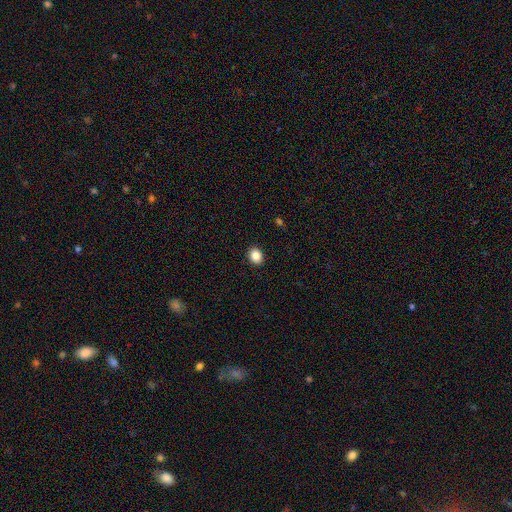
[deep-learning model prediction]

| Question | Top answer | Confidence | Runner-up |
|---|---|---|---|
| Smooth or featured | smooth | 87% | star or artifact (9%) |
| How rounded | round | 51% | in between (48%) |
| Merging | none | 91% | minor disturbance (6%) |